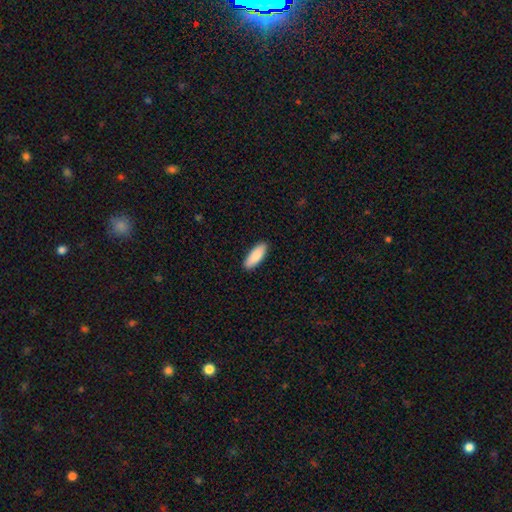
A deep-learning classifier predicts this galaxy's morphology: Smooth or featured?
  - smooth: 88% *
  - featured or disk: 7%
  - star or artifact: 5%
How rounded?
  - in between: 67% *
  - cigar-shaped: 31%
  - round: 2%
Merging?
  - none: 90% *
  - minor disturbance: 7%
  - major disturbance: 2%
  - merger: 1%